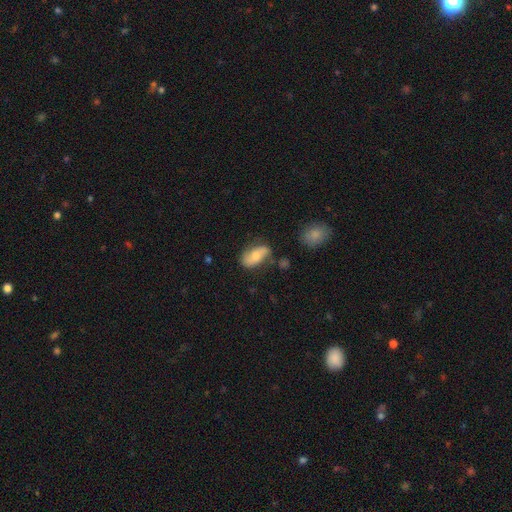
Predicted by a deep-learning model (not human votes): smooth-or-featured: smooth: 51% | featured or disk: 42% | star or artifact: 7%
  how-rounded: in between: 89% | cigar-shaped: 6% | round: 5%
  merging: none: 64% | minor disturbance: 23% | major disturbance: 8% | merger: 5%